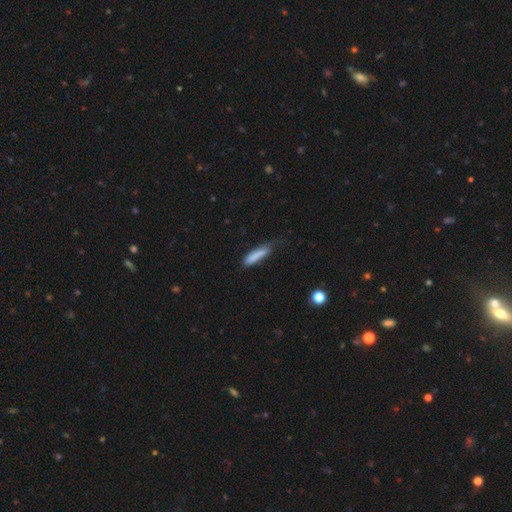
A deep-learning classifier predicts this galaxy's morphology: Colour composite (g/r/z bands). It shows a smooth galaxy with no disk features (82%) that is cigar-shaped (77%). Merging: none (45%).